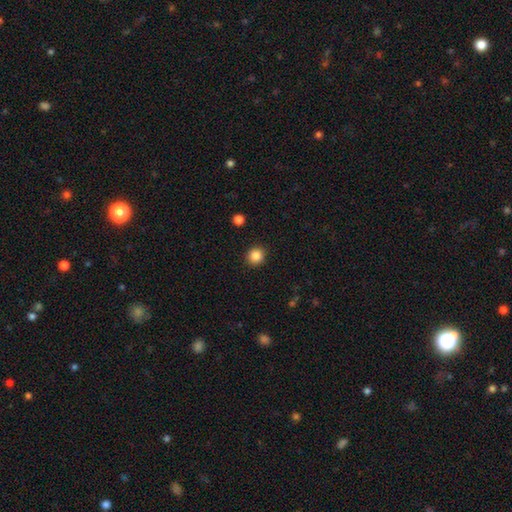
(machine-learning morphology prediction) This appears to be a smooth galaxy with no disk features (86%) that is round (89%). Merging: none (91%).